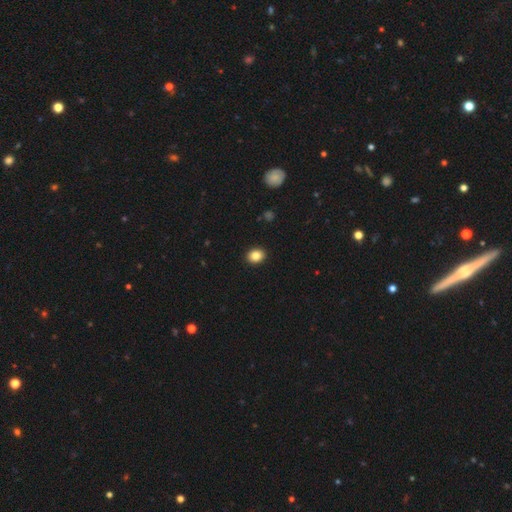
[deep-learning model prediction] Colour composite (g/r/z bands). It shows a smooth galaxy with no disk features (85%) that is round (57%). Merging: none (92%).